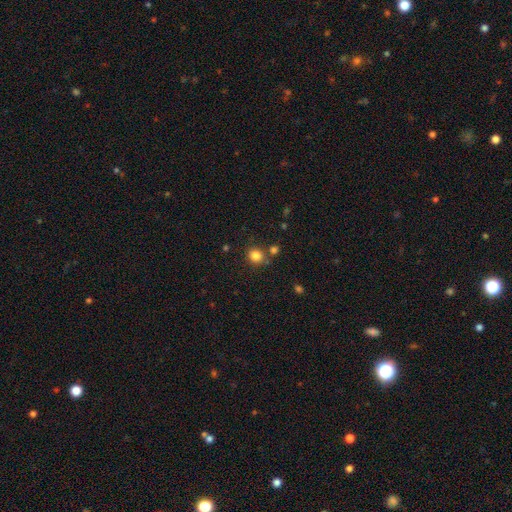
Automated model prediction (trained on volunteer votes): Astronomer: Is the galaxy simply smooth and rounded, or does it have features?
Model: smooth — 83%.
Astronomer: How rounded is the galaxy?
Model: round — 84%.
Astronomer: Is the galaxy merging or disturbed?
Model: none — 75%.